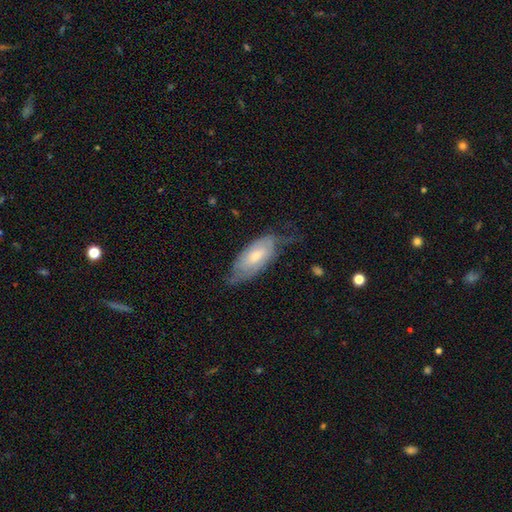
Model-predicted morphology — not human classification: A featured or disk galaxy (53%). Merging: none (51%).